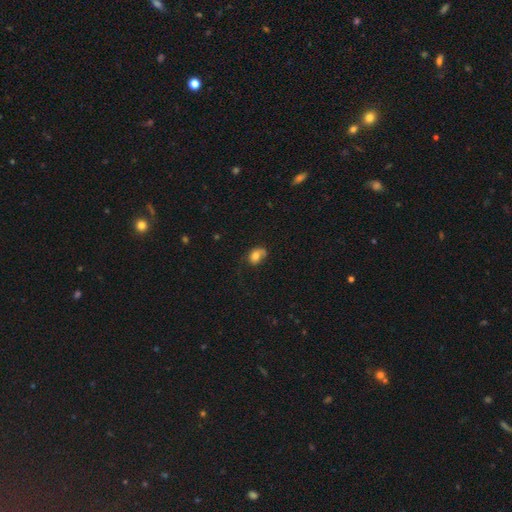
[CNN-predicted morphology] This is likely a smooth galaxy (76%). How rounded: likely in between (72%). Merging: marginally none (43%).